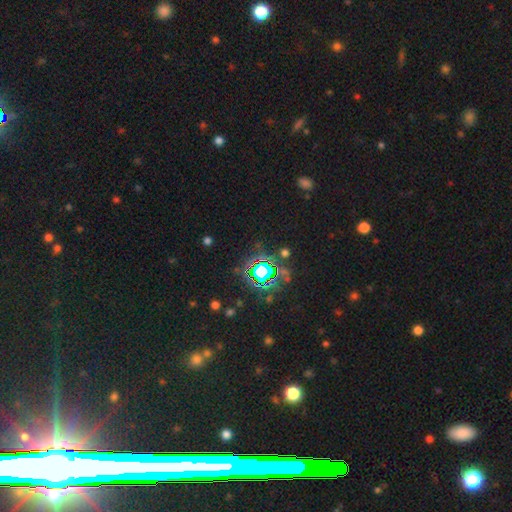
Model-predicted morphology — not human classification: The model was most divided on "smooth or featured": star or artifact: 76%, smooth: 13%, featured or disk: 11%.